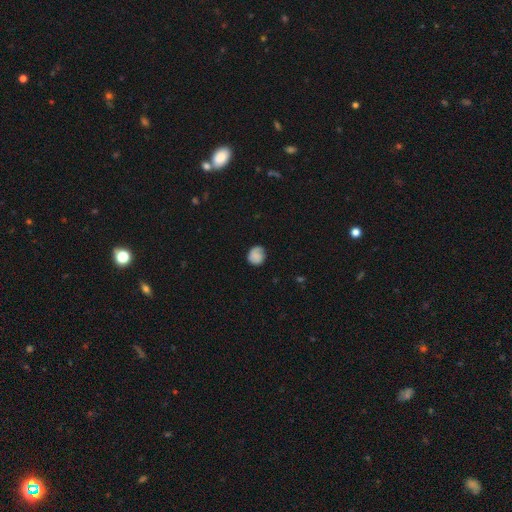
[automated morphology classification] smooth 71%, featured or disk 20%, star or artifact 8%. Down the decision tree: how rounded — round (81%); merging — none (72%).